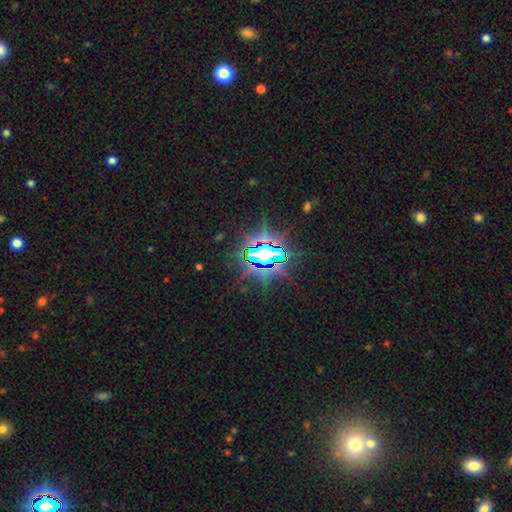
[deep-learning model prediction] Smooth or featured? star or artifact (81%)